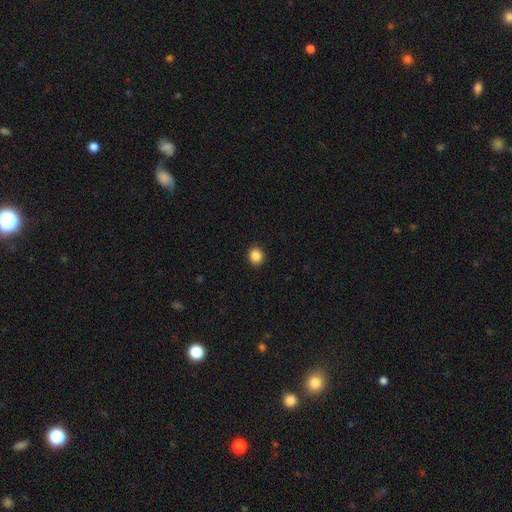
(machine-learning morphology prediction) Overall: smooth (87%). How rounded: round (85%). Merging: none (91%).